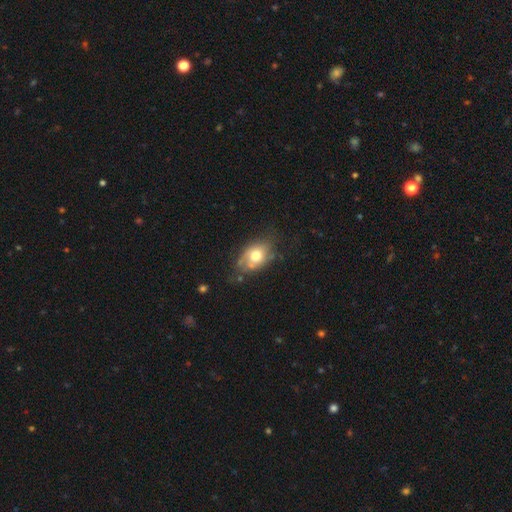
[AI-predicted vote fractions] Q: Smooth or featured?
A: smooth (61%); runner-up: featured or disk (30%)
Q: How rounded?
A: in between (75%); runner-up: round (24%)
Q: Merging?
A: none (53%); runner-up: minor disturbance (30%)